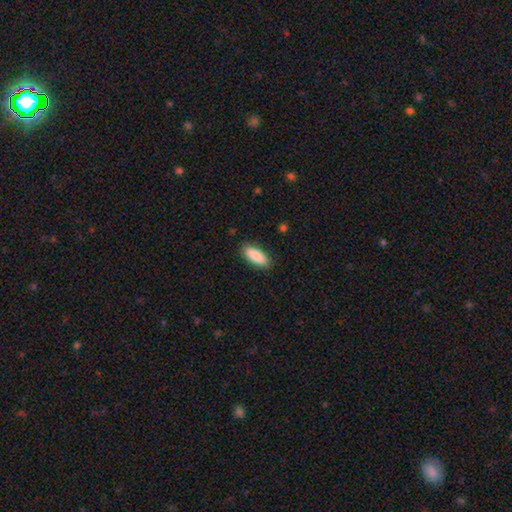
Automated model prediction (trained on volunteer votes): This appears to be a smooth galaxy with no disk features (88%) that is in between round and cigar-shaped (82%). Merging: none (88%).